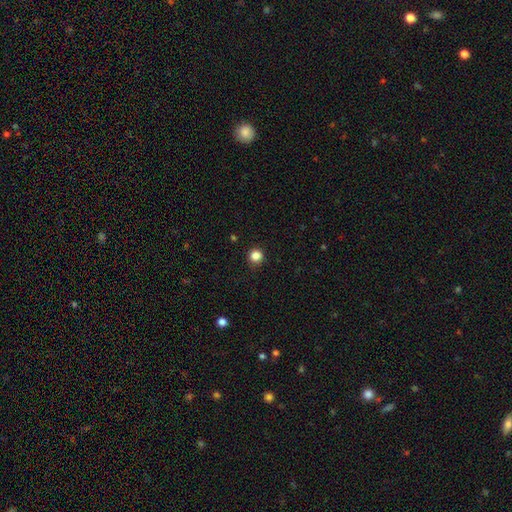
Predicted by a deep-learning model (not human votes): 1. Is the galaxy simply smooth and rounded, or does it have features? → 85% smooth, 12% star or artifact, 3% featured or disk.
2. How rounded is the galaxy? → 93% round, 6% in between, 1% cigar-shaped.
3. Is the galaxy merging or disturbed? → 89% none, 8% minor disturbance, 2% major disturbance, 1% merger.